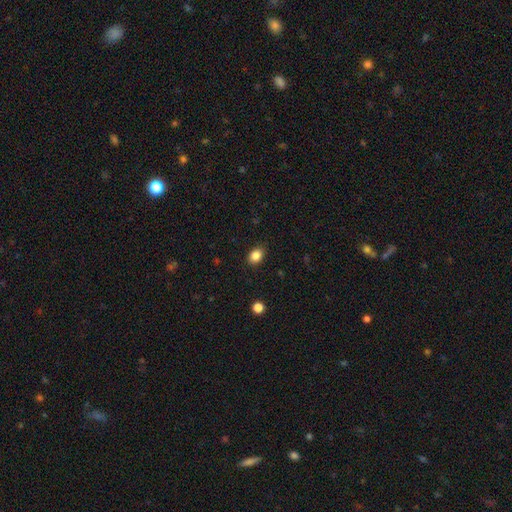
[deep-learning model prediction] Smooth or featured? Predicted: smooth (p=0.86). How rounded? Predicted: in between (p=0.65). Merging? Predicted: none (p=0.88).